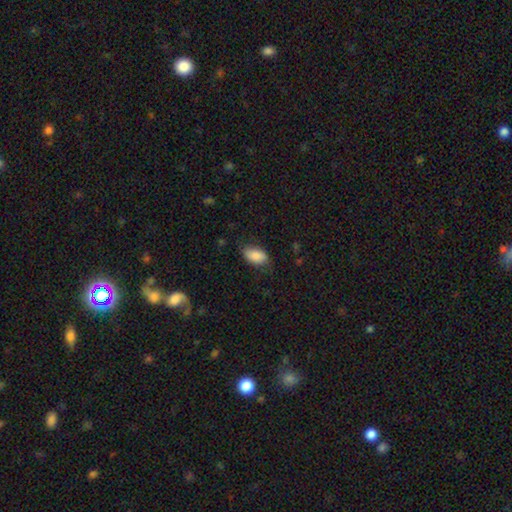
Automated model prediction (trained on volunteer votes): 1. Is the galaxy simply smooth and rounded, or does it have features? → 85% smooth, 8% featured or disk, 7% star or artifact.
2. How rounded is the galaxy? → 93% in between, 4% round, 2% cigar-shaped.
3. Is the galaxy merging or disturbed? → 72% none, 22% minor disturbance, 6% major disturbance, 1% merger.